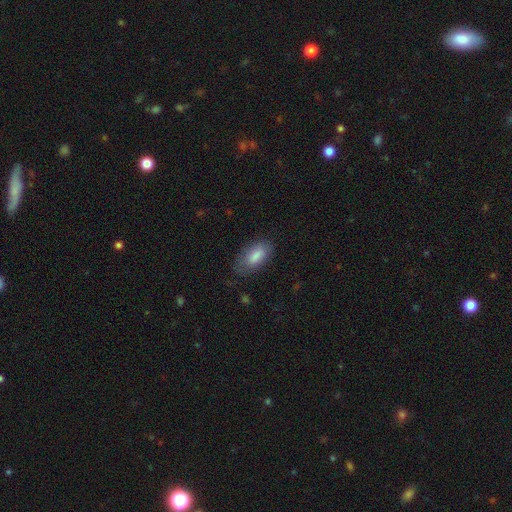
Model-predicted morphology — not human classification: smooth_or_featured: smooth (p=0.83) [alt: featured or disk p=0.10]
how_rounded: in between (p=0.90) [alt: cigar-shaped p=0.07]
merging: none (p=0.67) [alt: minor disturbance p=0.24]